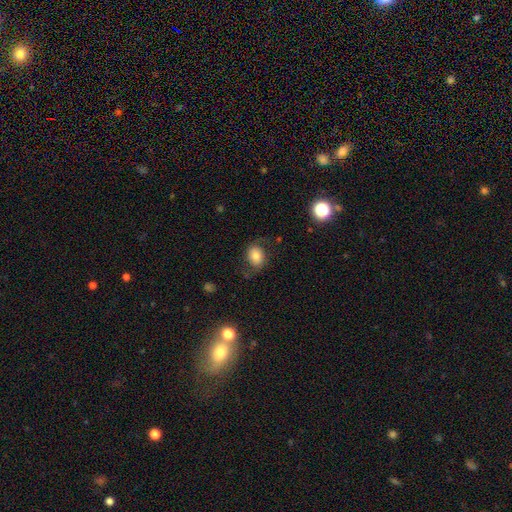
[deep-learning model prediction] Smooth or featured: smooth — 62% (featured or disk — 27%)
How rounded: in between — 50% (round — 48%)
Merging: none — 66% (minor disturbance — 20%)